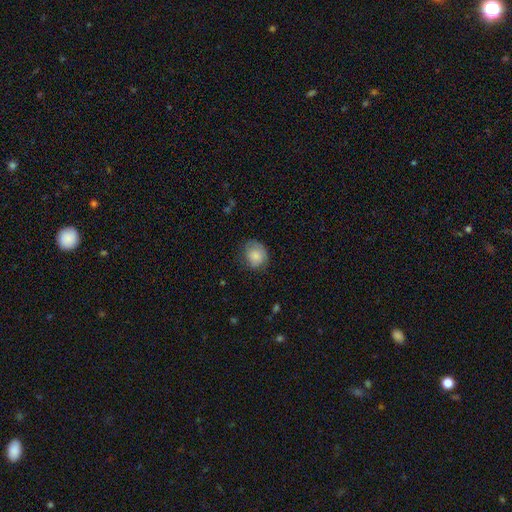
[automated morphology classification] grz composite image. It shows a smooth galaxy with no disk features (81%) that is round (65%). Merging: none (65%).